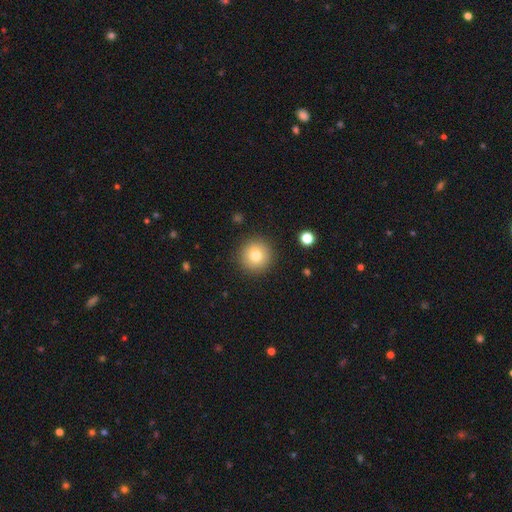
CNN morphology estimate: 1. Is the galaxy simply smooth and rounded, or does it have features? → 76% smooth, 13% featured or disk, 11% star or artifact.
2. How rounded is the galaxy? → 94% round, 5% in between, 1% cigar-shaped.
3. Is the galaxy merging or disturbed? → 89% none, 7% minor disturbance, 2% major disturbance, 2% merger.